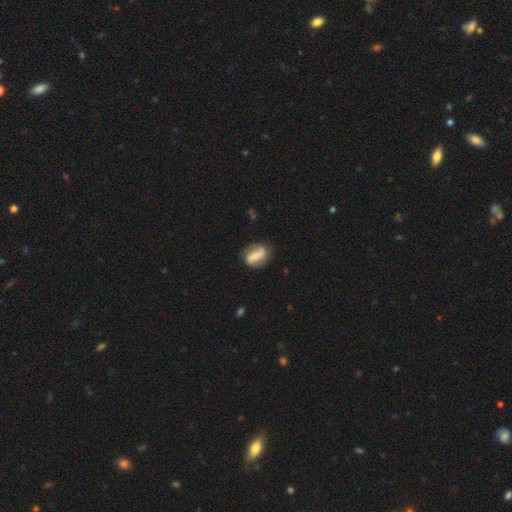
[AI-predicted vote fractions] This appears to be a featured or disk galaxy (64%) with a strong bar (44%), 2 (88%) loose (60%) spiral arms (84%) and a small central bulge (43%). Merging: none (78%).